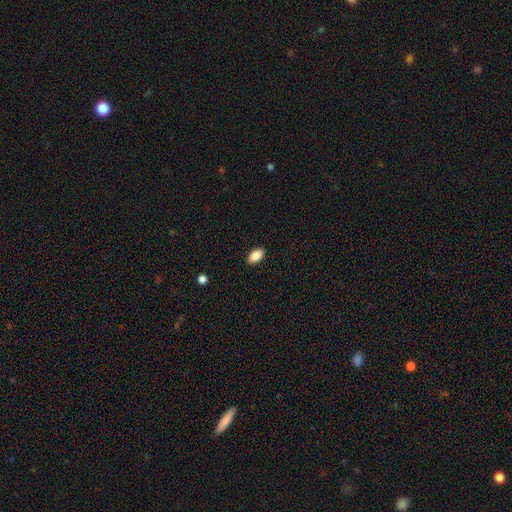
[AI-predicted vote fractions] smooth 86%, star or artifact 7%, featured or disk 7%. Down the decision tree: how rounded — in between (92%); merging — none (90%).